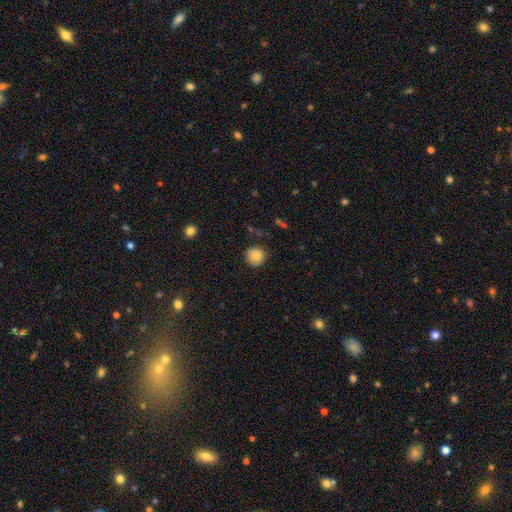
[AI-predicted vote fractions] Overall: smooth (85%). How rounded: round (93%). Merging: none (85%).